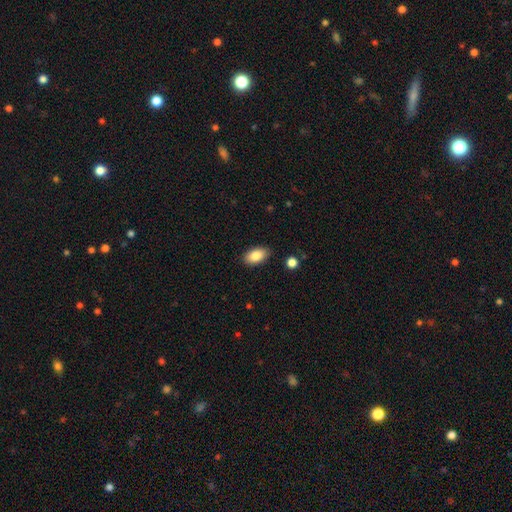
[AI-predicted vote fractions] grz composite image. It shows a smooth galaxy with no disk features (86%) that is in between round and cigar-shaped (94%). Merging: none (88%).